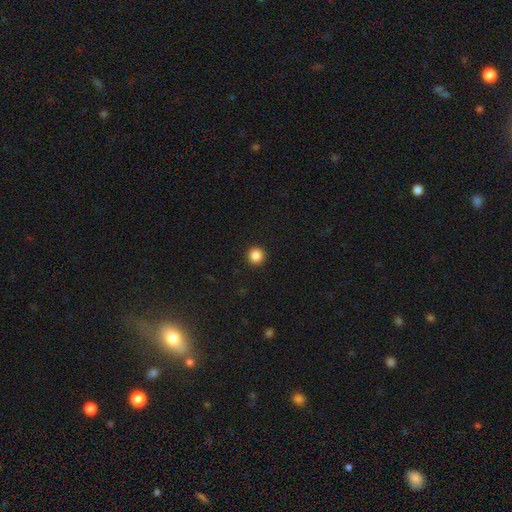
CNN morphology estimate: Smooth or featured: smooth — 86% (star or artifact — 10%)
How rounded: round — 96% (in between — 3%)
Merging: none — 94% (minor disturbance — 4%)